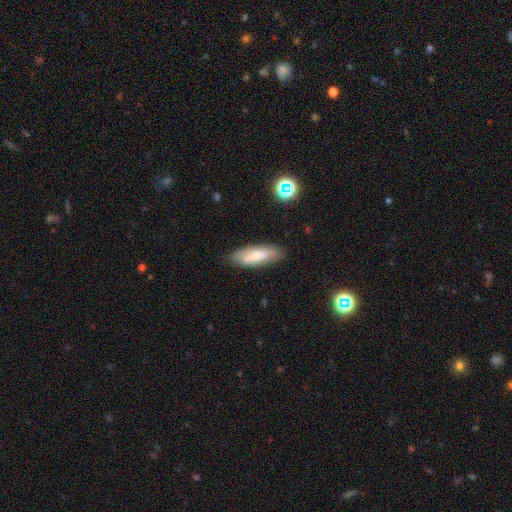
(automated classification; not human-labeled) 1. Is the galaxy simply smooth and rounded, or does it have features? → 67% smooth, 25% featured or disk, 7% star or artifact.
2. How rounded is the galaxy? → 60% in between, 38% cigar-shaped, 2% round.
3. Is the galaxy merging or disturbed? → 79% none, 16% minor disturbance, 3% major disturbance, 2% merger.